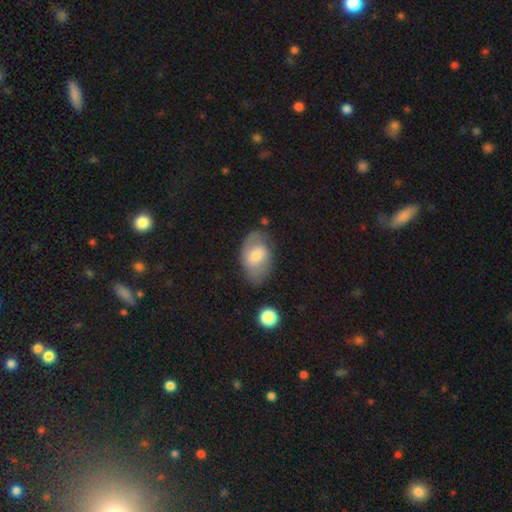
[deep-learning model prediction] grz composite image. It shows a smooth galaxy with no disk features (52%) that is in between round and cigar-shaped (86%). Merging: none (62%).